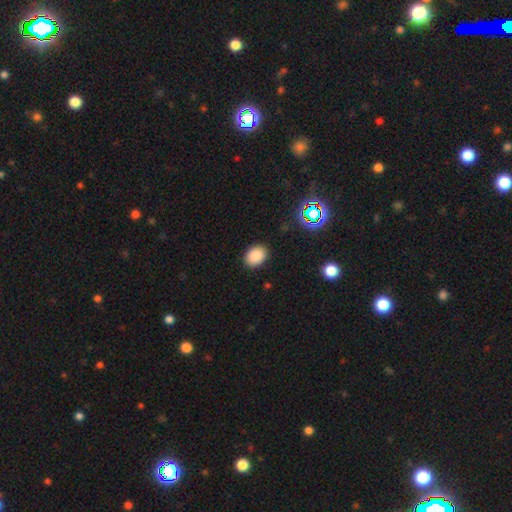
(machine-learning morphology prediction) Smooth or featured: smooth — 86% (star or artifact — 10%)
How rounded: in between — 65% (round — 34%)
Merging: none — 88% (minor disturbance — 9%)